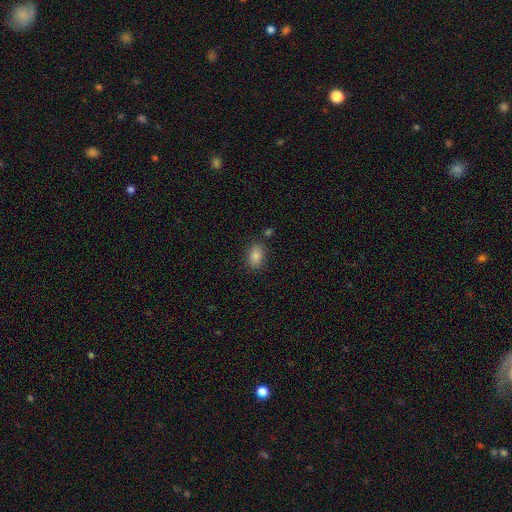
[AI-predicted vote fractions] Smooth or featured?
  - smooth: 84% *
  - star or artifact: 10%
  - featured or disk: 6%
How rounded?
  - in between: 86% *
  - round: 12%
  - cigar-shaped: 2%
Merging?
  - none: 83% *
  - minor disturbance: 10%
  - merger: 4%
  - major disturbance: 3%